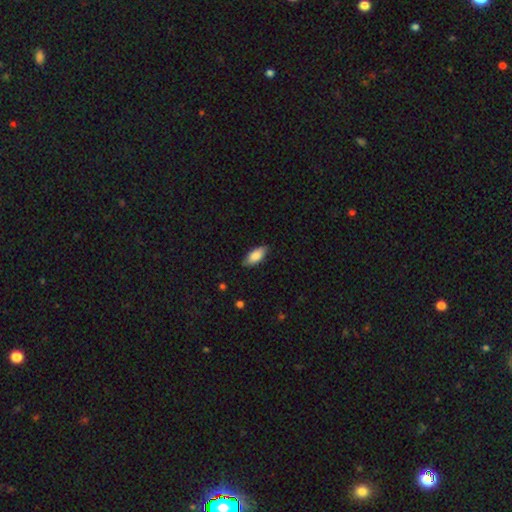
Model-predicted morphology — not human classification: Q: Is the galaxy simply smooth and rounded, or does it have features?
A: smooth — 84%.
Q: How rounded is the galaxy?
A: in between — 84%.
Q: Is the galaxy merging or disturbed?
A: none — 82%.